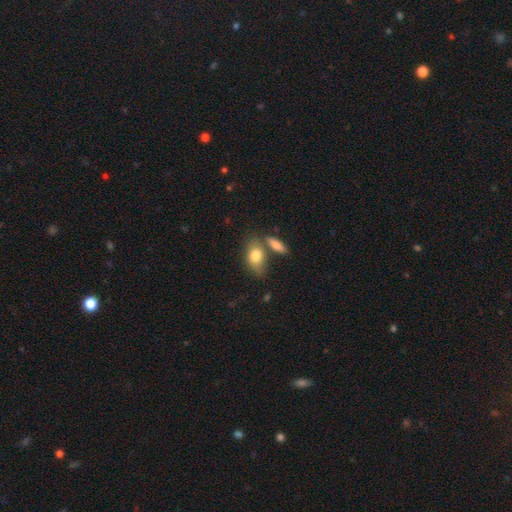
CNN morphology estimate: smooth 78%, featured or disk 15%, star or artifact 7%. Down the decision tree: how rounded — in between (83%); merging — none (55%).